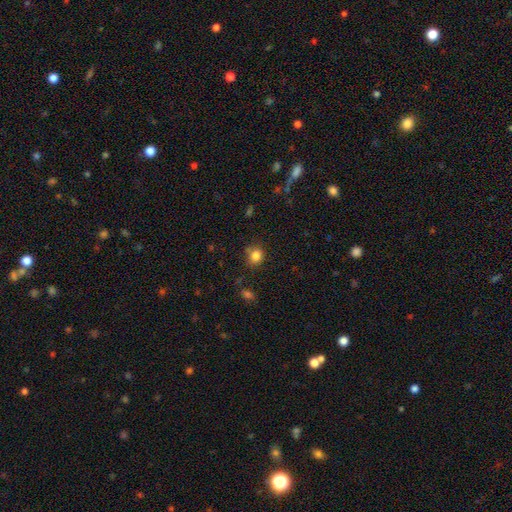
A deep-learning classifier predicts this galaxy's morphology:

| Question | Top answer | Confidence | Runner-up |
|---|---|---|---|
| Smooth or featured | smooth | 82% | star or artifact (12%) |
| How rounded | round | 77% | in between (23%) |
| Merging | none | 72% | minor disturbance (18%) |